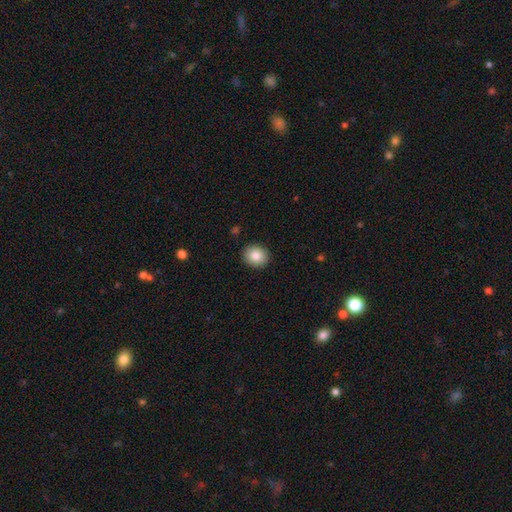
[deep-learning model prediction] Morphology: type=smooth (85%); roundness=round (74%); merging=none (91%).